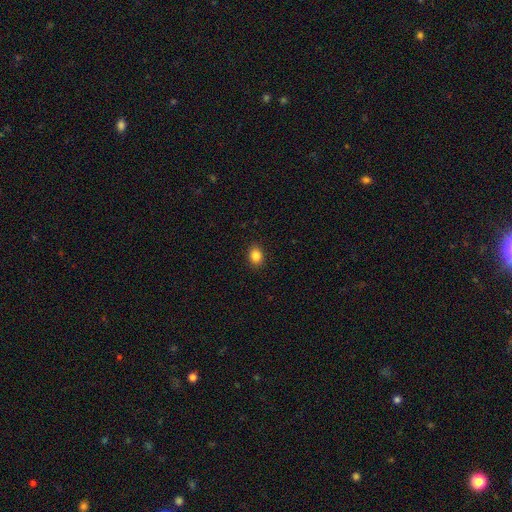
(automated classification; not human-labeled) Morphology: type=smooth (86%); roundness=in between (55%); merging=none (90%).